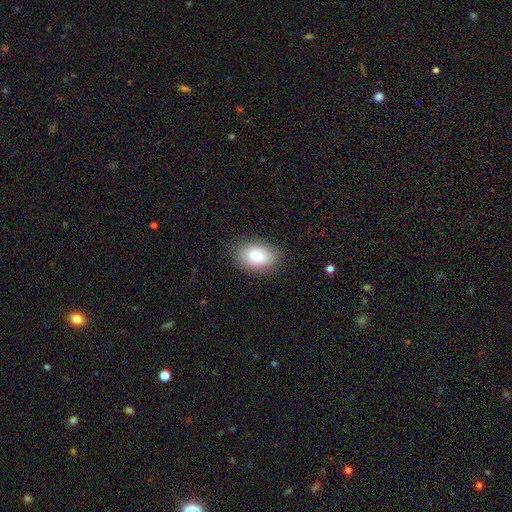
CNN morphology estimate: A smooth galaxy with no disk features (77%) that is in between round and cigar-shaped (87%).

Vote fractions:
- Smooth or featured? smooth: 77% / featured or disk: 15% / star or artifact: 8%
- How rounded? in between: 87% / round: 11% / cigar-shaped: 1%
- Merging? none: 85% / minor disturbance: 11% / major disturbance: 3% / merger: 1%